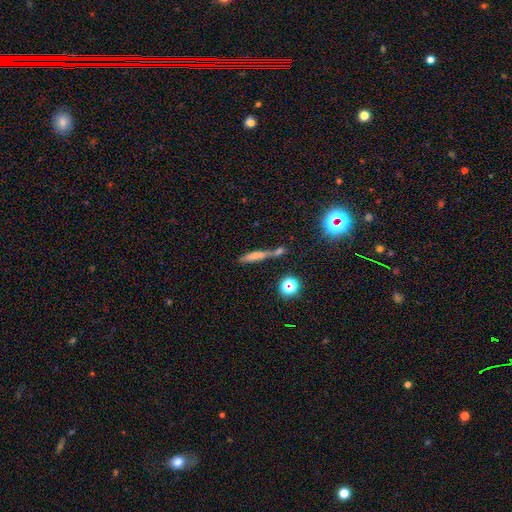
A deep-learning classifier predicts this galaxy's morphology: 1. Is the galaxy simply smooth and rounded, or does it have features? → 61% smooth, 23% featured or disk, 16% star or artifact.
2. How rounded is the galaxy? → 80% cigar-shaped, 15% in between, 5% round.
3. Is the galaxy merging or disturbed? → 48% none, 31% merger, 14% minor disturbance, 7% major disturbance.